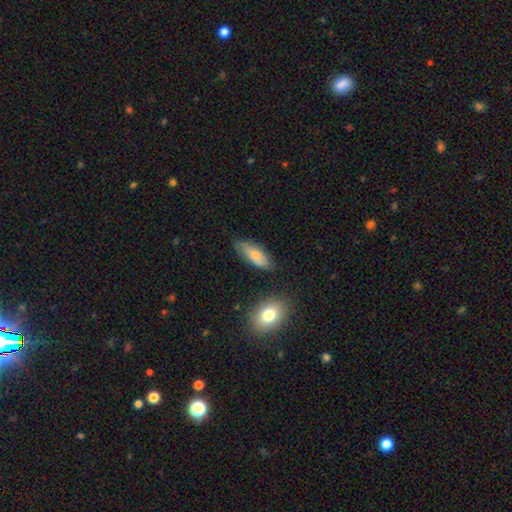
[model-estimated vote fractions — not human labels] A smooth galaxy with no disk features (71%) that is in between round and cigar-shaped (68%).

Vote fractions:
- Smooth or featured? smooth: 71% / featured or disk: 22% / star or artifact: 7%
- How rounded? in between: 68% / cigar-shaped: 30% / round: 3%
- Merging? none: 70% / minor disturbance: 23% / major disturbance: 5% / merger: 3%